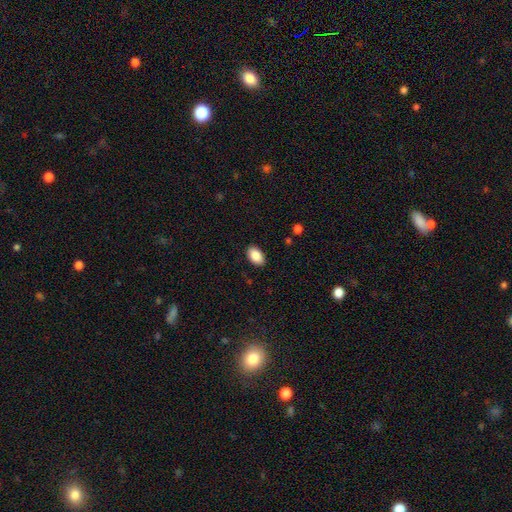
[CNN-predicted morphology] smooth-or-featured: smooth: 89% | star or artifact: 7% | featured or disk: 5%
  how-rounded: in between: 92% | round: 7% | cigar-shaped: 1%
  merging: none: 89% | minor disturbance: 8% | major disturbance: 2% | merger: 1%